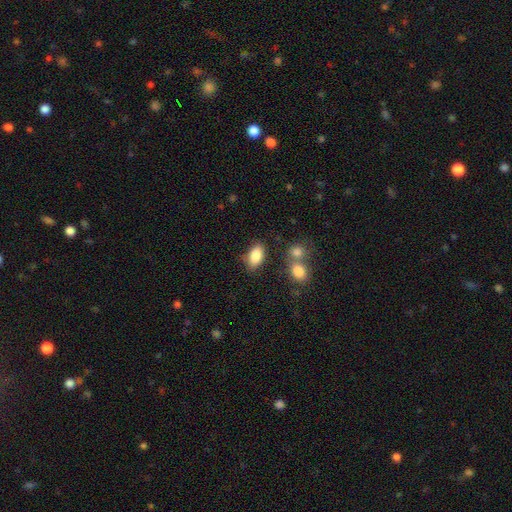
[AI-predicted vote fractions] A smooth galaxy with no disk features (86%) that is in between round and cigar-shaped (91%).

Vote fractions:
- Smooth or featured? smooth: 86% / star or artifact: 8% / featured or disk: 6%
- How rounded? in between: 91% / round: 6% / cigar-shaped: 3%
- Merging? none: 74% / minor disturbance: 15% / merger: 8% / major disturbance: 4%